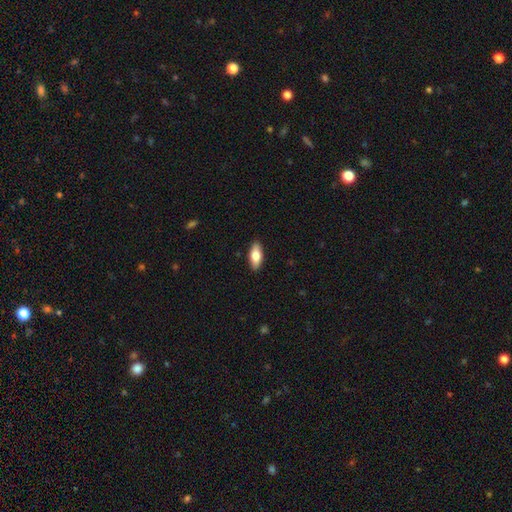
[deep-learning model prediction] smooth-or-featured: smooth: 77% | featured or disk: 17% | star or artifact: 6%
  how-rounded: in between: 81% | cigar-shaped: 16% | round: 2%
  merging: none: 90% | minor disturbance: 8% | major disturbance: 2% | merger: 1%